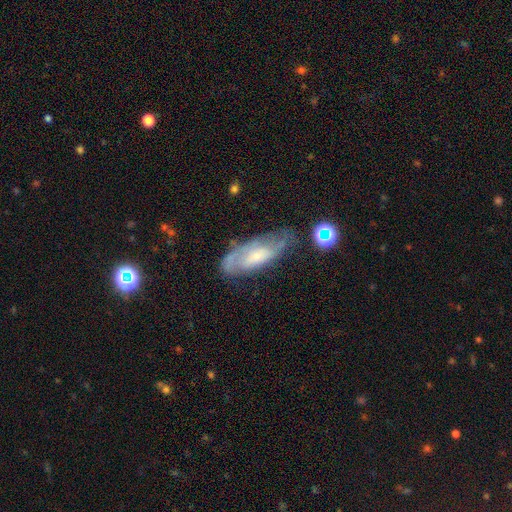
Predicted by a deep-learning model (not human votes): This appears to be a featured or disk galaxy (61%) with no bar (61%), spiral arms (76%) and a small central bulge (48%). Merging: none (55%).